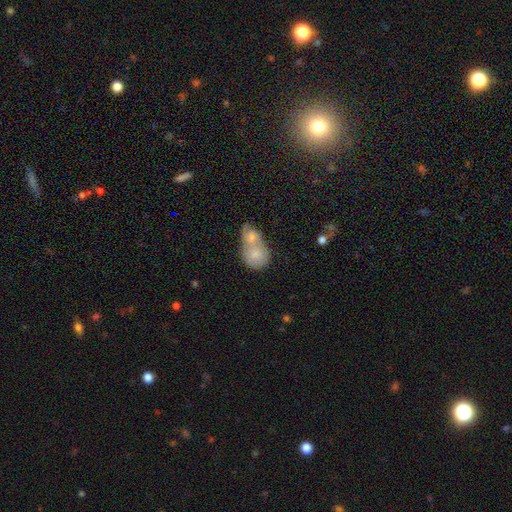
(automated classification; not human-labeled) This appears to be a smooth galaxy with no disk features (72%) that is in between round and cigar-shaped (55%). Merging: merger (75%).